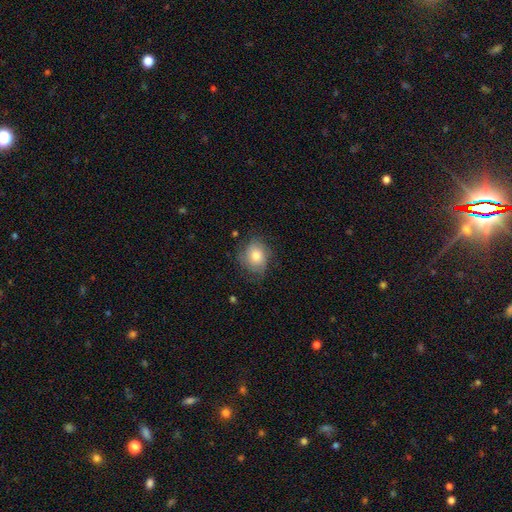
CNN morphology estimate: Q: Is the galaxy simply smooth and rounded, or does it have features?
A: smooth — 63%.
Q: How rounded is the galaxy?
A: round — 62%.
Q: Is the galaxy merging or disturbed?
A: none — 65%.